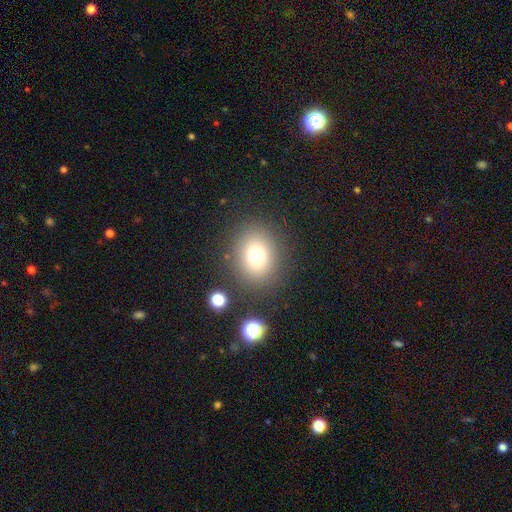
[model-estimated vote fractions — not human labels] This is likely a smooth galaxy (73%). How rounded: likely round (68%). Merging: clearly none (84%).